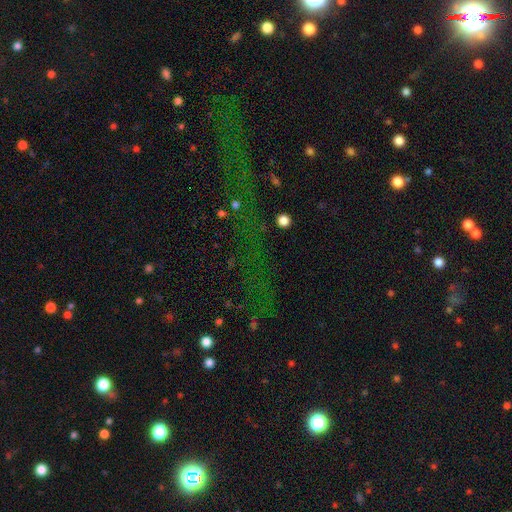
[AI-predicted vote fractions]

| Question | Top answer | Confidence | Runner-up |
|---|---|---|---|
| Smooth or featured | star or artifact | 74% | smooth (16%) |